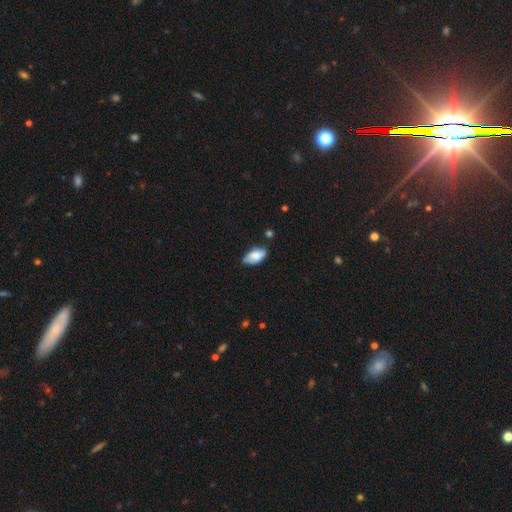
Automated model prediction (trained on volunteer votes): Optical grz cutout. It shows a smooth galaxy with no disk features (74%) that is in between round and cigar-shaped (92%). Merging: none (62%).